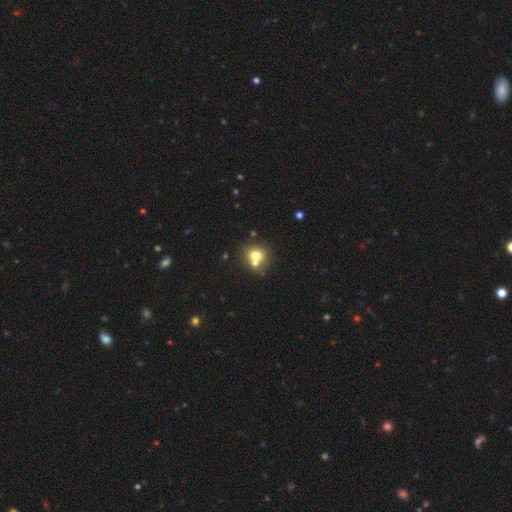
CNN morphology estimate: type=smooth (69%); roundness=round (76%); merging=none (46%).